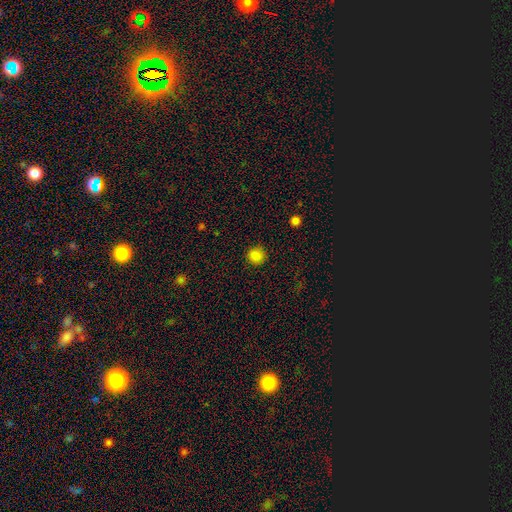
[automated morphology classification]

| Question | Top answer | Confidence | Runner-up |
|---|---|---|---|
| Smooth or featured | smooth | 85% | star or artifact (12%) |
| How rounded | round | 91% | in between (8%) |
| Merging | none | 90% | minor disturbance (7%) |